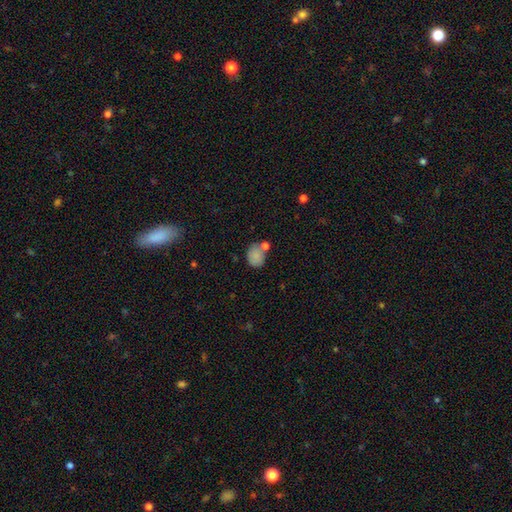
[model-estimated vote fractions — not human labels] Morphology: type=smooth (84%); roundness=in between (50%); merging=none (54%).